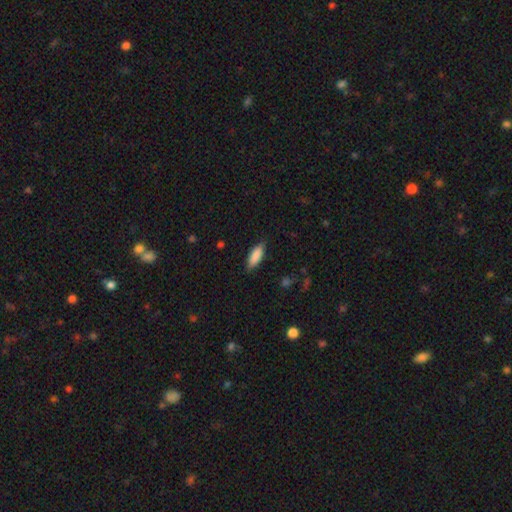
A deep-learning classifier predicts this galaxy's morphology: Overall: smooth (85%). How rounded: in between (64%; cigar-shaped 34%). Merging: none (82%).